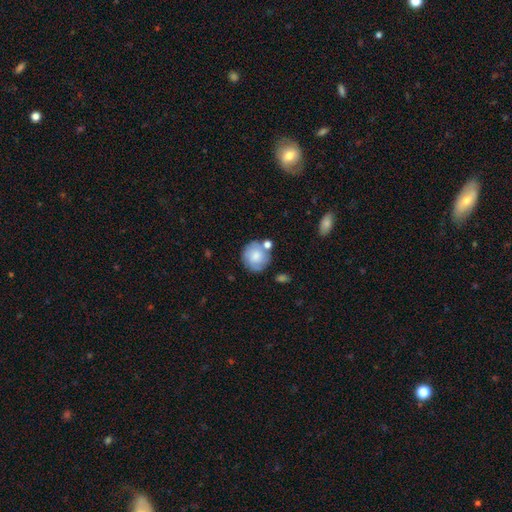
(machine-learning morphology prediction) type=smooth (68%); roundness=round (86%); merging=none (64%).